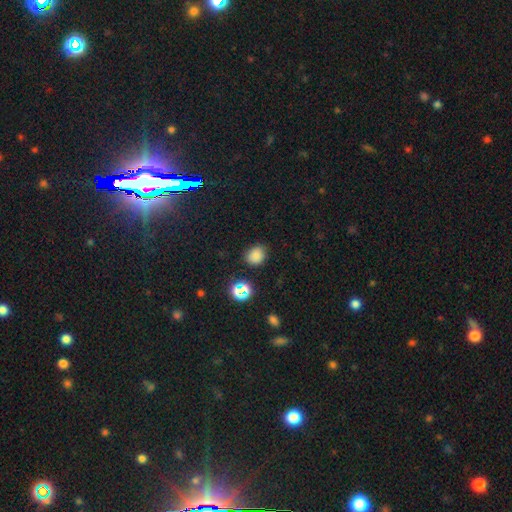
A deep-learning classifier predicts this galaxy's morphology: This is likely a smooth galaxy (79%). How rounded: likely round (61%). Merging: clearly none (81%).